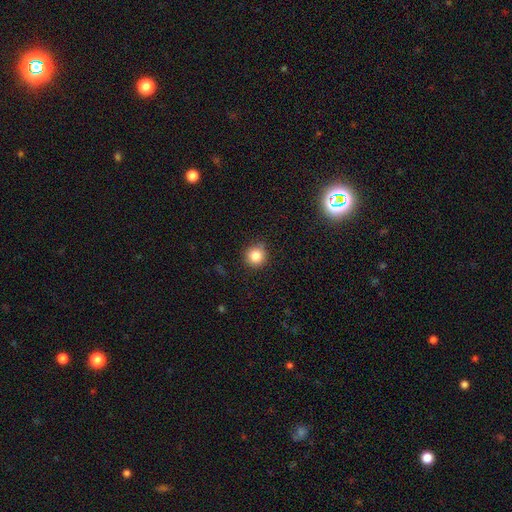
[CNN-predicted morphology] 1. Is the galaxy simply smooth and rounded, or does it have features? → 84% smooth, 11% star or artifact, 6% featured or disk.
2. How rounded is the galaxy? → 92% round, 7% in between, 1% cigar-shaped.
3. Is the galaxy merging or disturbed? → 83% none, 13% minor disturbance, 3% major disturbance, 1% merger.